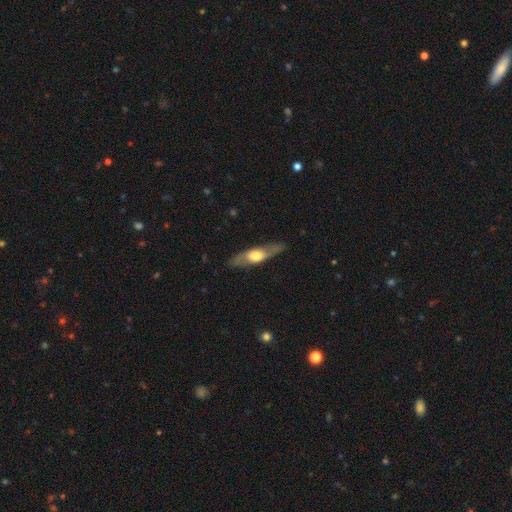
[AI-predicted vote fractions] Smooth or featured: featured or disk — 57% (smooth — 38%)
Edge-on disk: yes — 63% (no — 37%)
Merging: none — 84% (minor disturbance — 11%)